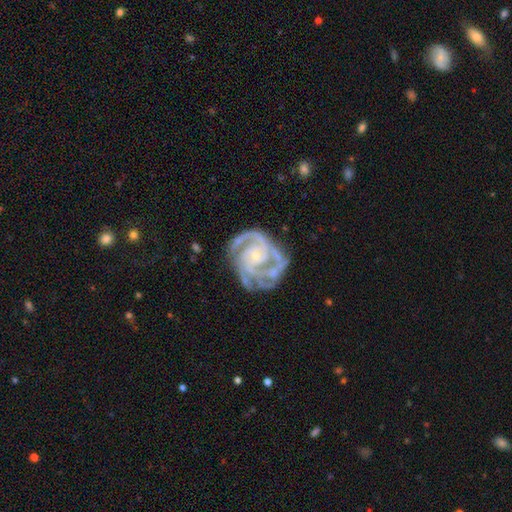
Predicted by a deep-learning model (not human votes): Overall: featured or disk (92%). Edge-on disk: no (98%). Bar: no (68%). Spiral arms: yes (98%). Spiral arm count: 3 (43%; 2 23%). Spiral winding: tight (63%; medium 33%). Bulge size: small (81%). Merging: none (59%; minor disturbance 23%).